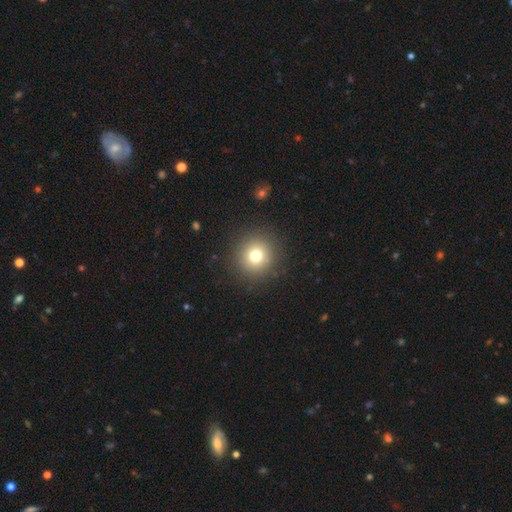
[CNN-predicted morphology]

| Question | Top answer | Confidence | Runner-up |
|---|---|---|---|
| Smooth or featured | smooth | 75% | star or artifact (15%) |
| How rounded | round | 94% | in between (5%) |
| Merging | none | 90% | minor disturbance (6%) |